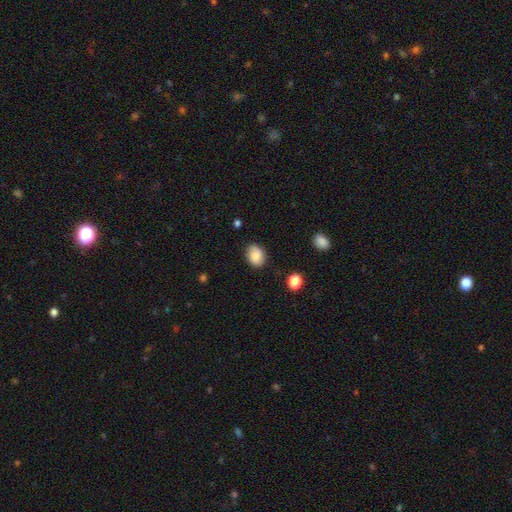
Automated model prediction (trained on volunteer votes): A smooth galaxy with no disk features (85%) that is in between round and cigar-shaped (56%).

Vote fractions:
- Smooth or featured? smooth: 85% / star or artifact: 8% / featured or disk: 7%
- How rounded? in between: 56% / round: 43% / cigar-shaped: 1%
- Merging? none: 79% / minor disturbance: 16% / major disturbance: 3% / merger: 1%